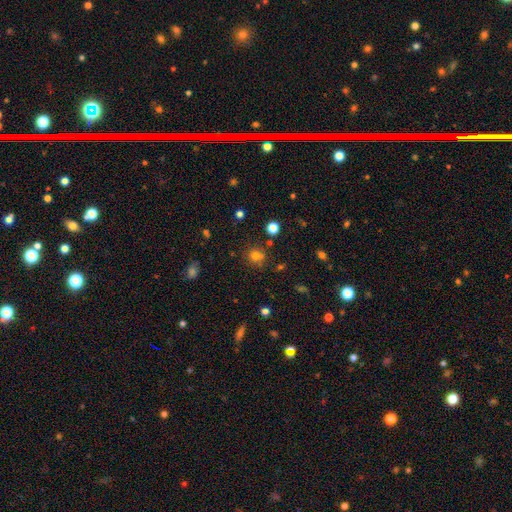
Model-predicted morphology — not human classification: Smooth or featured: smooth — 70% (star or artifact — 21%)
How rounded: round — 81% (in between — 18%)
Merging: none — 69% (minor disturbance — 14%)